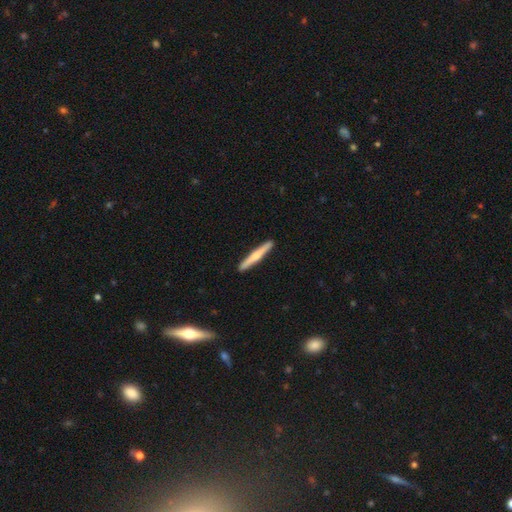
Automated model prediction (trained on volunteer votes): Morphology: type=featured or disk (53%); edge-on=yes (97%); edge-on bulge=rounded (79%); merging=none (92%).